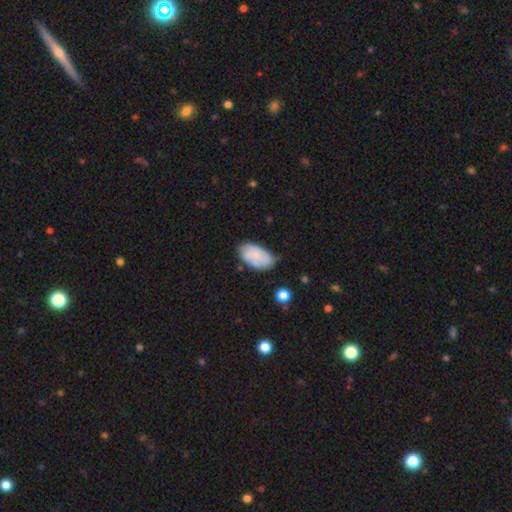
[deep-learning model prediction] The model was most divided on "merging": none: 59%, minor disturbance: 31%, major disturbance: 7%, merger: 3%. More confident: how rounded — in between (94%); smooth or featured — smooth (68%).